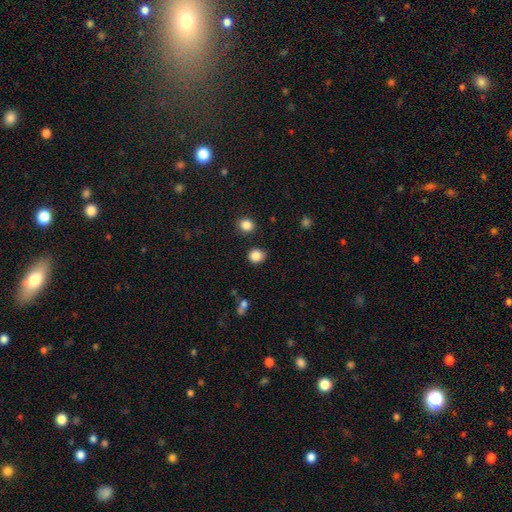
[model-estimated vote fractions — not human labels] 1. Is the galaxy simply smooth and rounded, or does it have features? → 86% smooth, 11% star or artifact, 4% featured or disk.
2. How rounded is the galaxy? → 80% round, 19% in between, 1% cigar-shaped.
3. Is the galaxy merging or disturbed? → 86% none, 8% minor disturbance, 3% merger, 3% major disturbance.